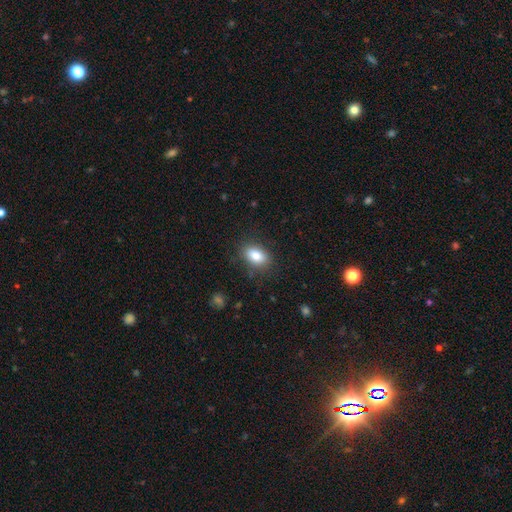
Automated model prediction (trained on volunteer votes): smooth 84%, star or artifact 8%, featured or disk 8%. Down the decision tree: how rounded — in between (88%); merging — none (82%).